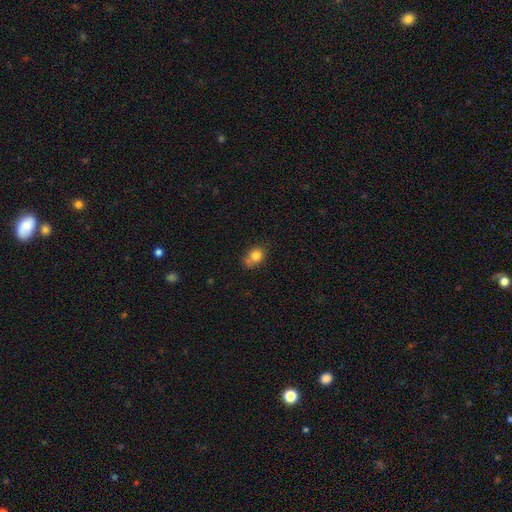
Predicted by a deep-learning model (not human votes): A smooth galaxy with no disk features (79%) that is in between round and cigar-shaped (52%).

Vote fractions:
- Smooth or featured? smooth: 79% / featured or disk: 11% / star or artifact: 11%
- How rounded? in between: 52% / round: 47% / cigar-shaped: 1%
- Merging? none: 53% / minor disturbance: 26% / merger: 14% / major disturbance: 7%